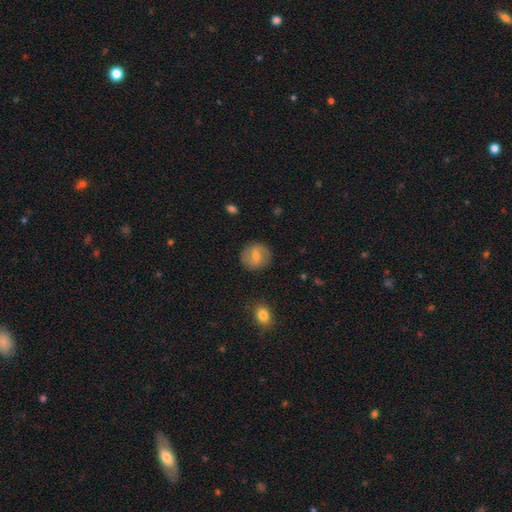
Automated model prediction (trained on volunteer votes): Smooth or featured?
  - smooth: 53% *
  - featured or disk: 39%
  - star or artifact: 8%
How rounded?
  - round: 85% *
  - in between: 13%
  - cigar-shaped: 1%
Merging?
  - none: 85% *
  - minor disturbance: 10%
  - major disturbance: 3%
  - merger: 1%